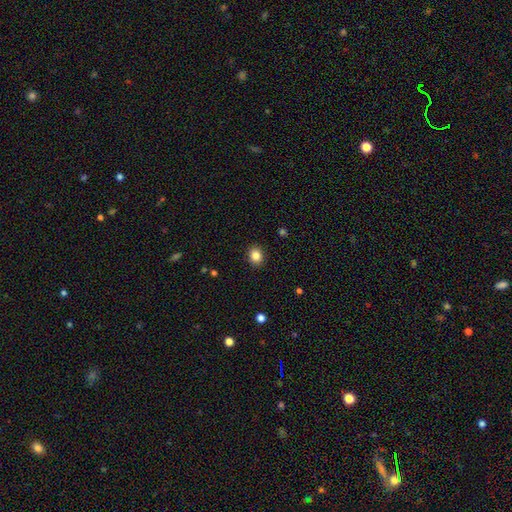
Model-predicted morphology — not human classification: smooth_or_featured: smooth (p=0.85) [alt: star or artifact p=0.10]
how_rounded: round (p=0.62) [alt: in between p=0.37]
merging: none (p=0.91) [alt: minor disturbance p=0.06]